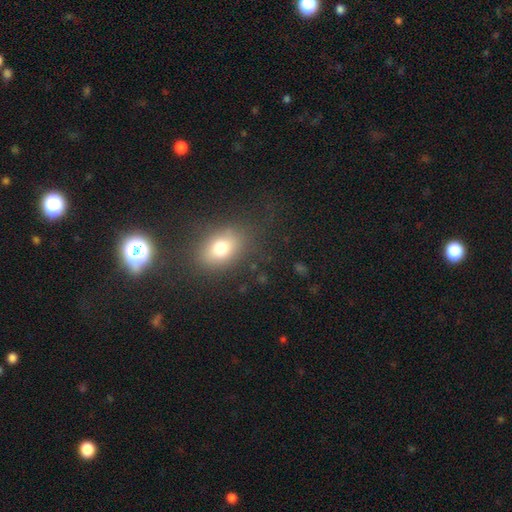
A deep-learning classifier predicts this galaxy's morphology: The model was most divided on "how rounded": in between: 66%, round: 32%, cigar-shaped: 2%. More confident: merging — none (82%); smooth or featured — smooth (62%).